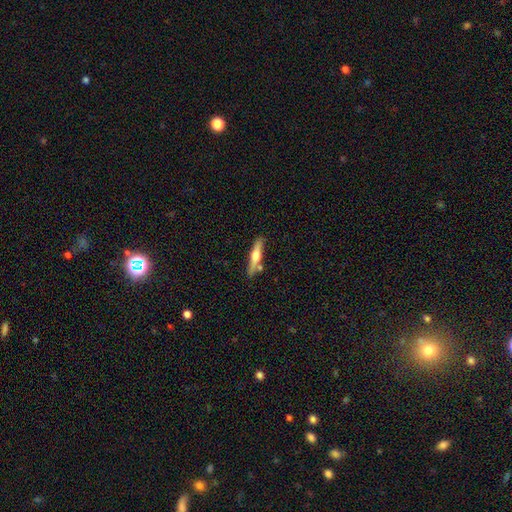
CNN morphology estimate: The model was most divided on "smooth or featured": featured or disk: 52%, smooth: 42%, star or artifact: 5%. More confident: edge-on disk — yes (95%); merging — none (77%).